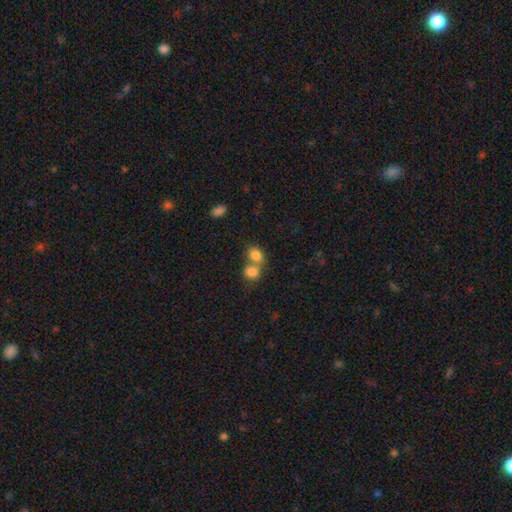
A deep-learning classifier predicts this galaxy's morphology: Smooth or featured: smooth — 82% (star or artifact — 10%)
How rounded: in between — 50% (round — 49%)
Merging: merger — 56% (none — 34%)